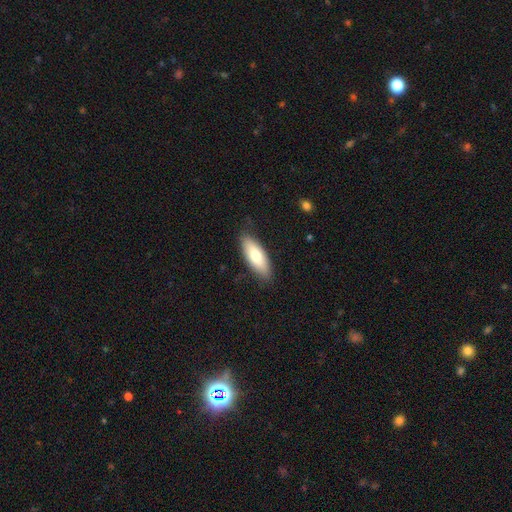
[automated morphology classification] A smooth galaxy with no disk features (73%) that is in between round and cigar-shaped (72%). Merging: none (84%).